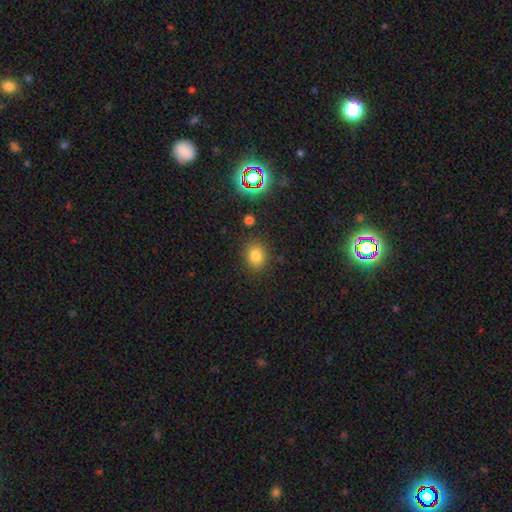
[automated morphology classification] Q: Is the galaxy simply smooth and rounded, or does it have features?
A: smooth — 78%.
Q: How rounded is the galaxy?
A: round — 58%.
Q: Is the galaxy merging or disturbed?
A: none — 84%.